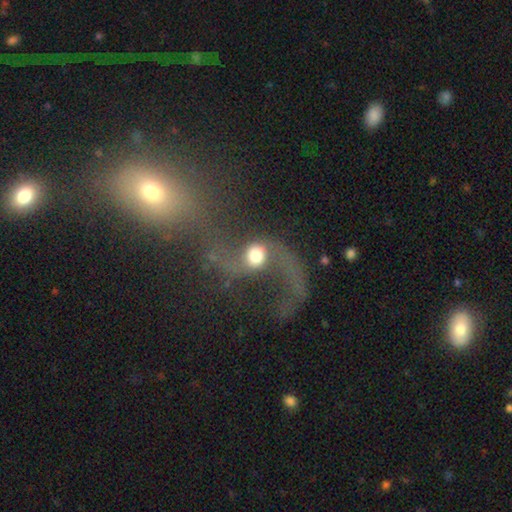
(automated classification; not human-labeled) Morphology: type=featured or disk (68%); edge-on=no (92%); bar=no (62%); spiral arms=yes (83%); winding=loose (92%); arm count=2 (87%); bulge=moderate (38%); merging=major disturbance (39%).